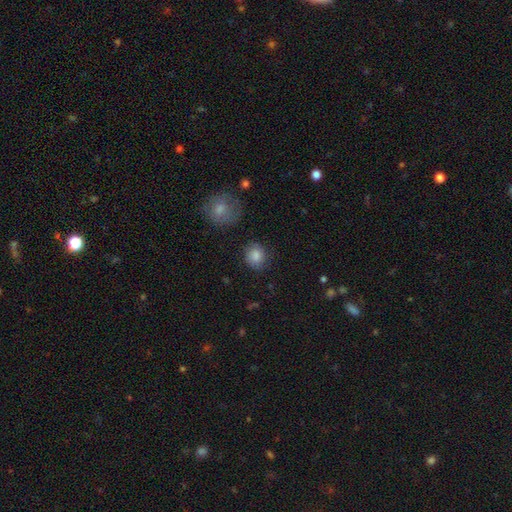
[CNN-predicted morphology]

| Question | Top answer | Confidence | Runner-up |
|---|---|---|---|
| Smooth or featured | smooth | 84% | star or artifact (9%) |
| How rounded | round | 80% | in between (19%) |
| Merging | none | 80% | minor disturbance (13%) |